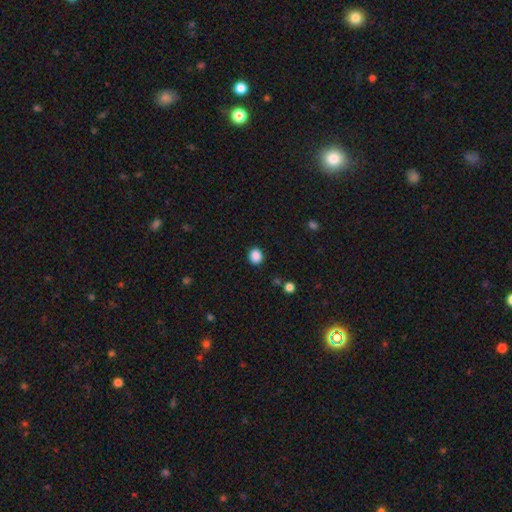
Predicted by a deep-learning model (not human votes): This appears to be a smooth galaxy with no disk features (87%) that is round (74%). Merging: none (89%).